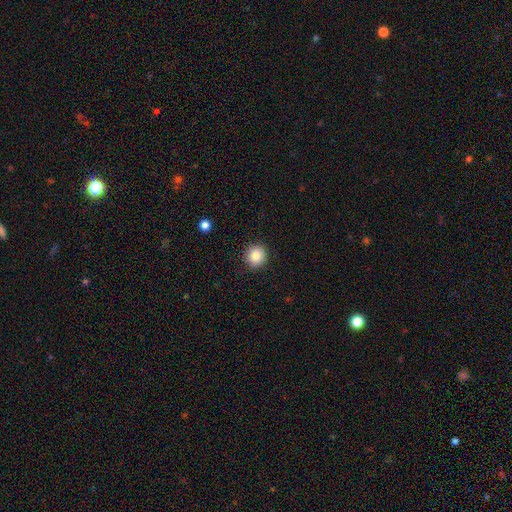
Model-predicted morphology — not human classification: smooth-or-featured: smooth: 86% | star or artifact: 9% | featured or disk: 5%
  how-rounded: round: 92% | in between: 7% | cigar-shaped: 1%
  merging: none: 91% | minor disturbance: 6% | major disturbance: 2% | merger: 1%